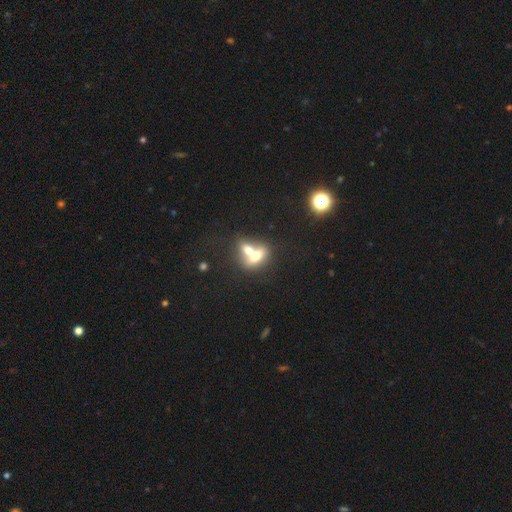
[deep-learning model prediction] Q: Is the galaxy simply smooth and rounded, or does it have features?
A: smooth — 64%.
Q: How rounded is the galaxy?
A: in between — 73%.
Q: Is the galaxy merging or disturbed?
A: merger — 72%.